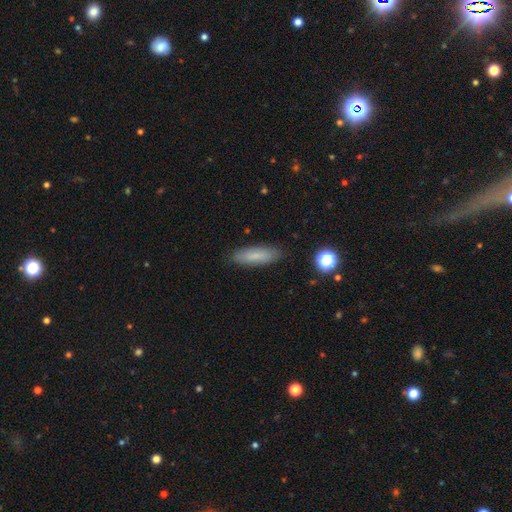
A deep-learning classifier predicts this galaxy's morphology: type=smooth (80%); roundness=cigar-shaped (57%); merging=none (87%).